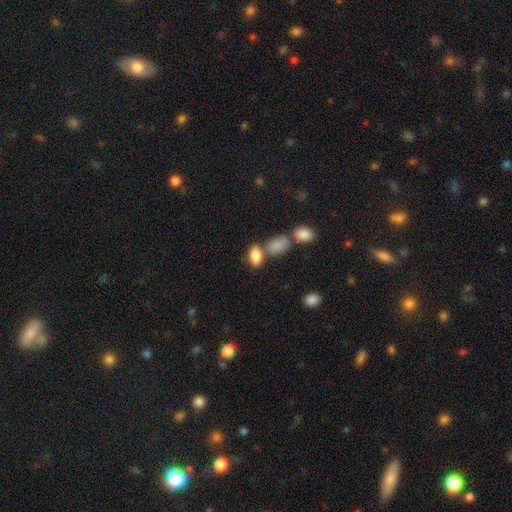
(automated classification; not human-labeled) Overall: smooth (84%). How rounded: in between (90%). Merging: none (51%; merger 30%).